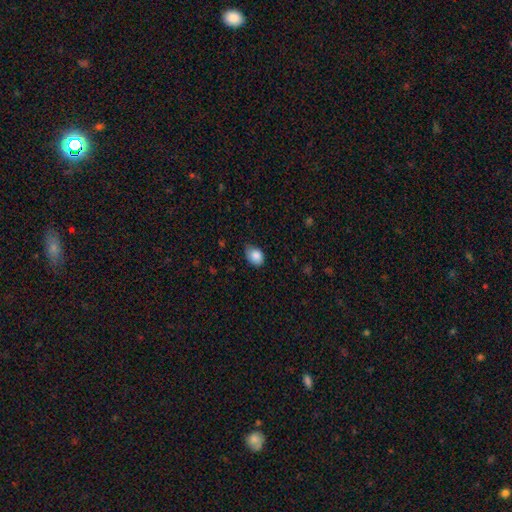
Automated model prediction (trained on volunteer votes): The model was most divided on "how rounded": in between: 60%, round: 39%, cigar-shaped: 1%. More confident: smooth or featured — smooth (87%); merging — none (59%).